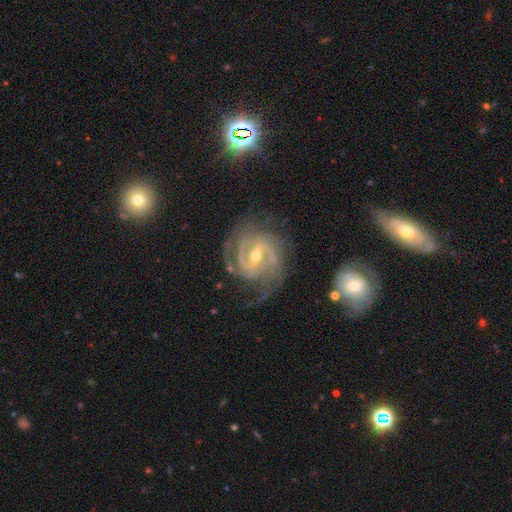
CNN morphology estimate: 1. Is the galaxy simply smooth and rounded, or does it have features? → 92% featured or disk, 5% star or artifact, 3% smooth.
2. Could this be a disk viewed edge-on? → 97% no, 3% yes.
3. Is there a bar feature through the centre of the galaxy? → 46% strong, 42% weak, 12% no.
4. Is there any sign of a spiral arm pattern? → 98% yes, 2% no.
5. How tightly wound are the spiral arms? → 52% tight, 41% medium, 7% loose.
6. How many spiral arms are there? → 49% 2, 27% 3, 9% can't tell, 7% 4, 4% 1, 4% more than 4.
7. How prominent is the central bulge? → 51% moderate, 46% small, 2% large, 1% none, 1% dominant.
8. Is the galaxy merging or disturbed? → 68% none, 19% minor disturbance, 10% major disturbance, 3% merger.